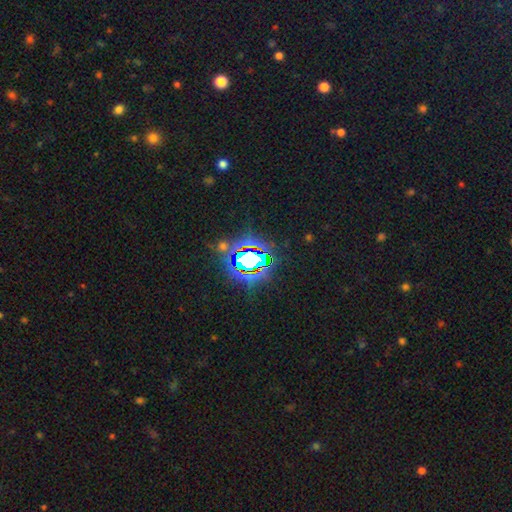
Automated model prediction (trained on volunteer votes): smooth_or_featured: star or artifact (p=0.78) [alt: smooth p=0.12]